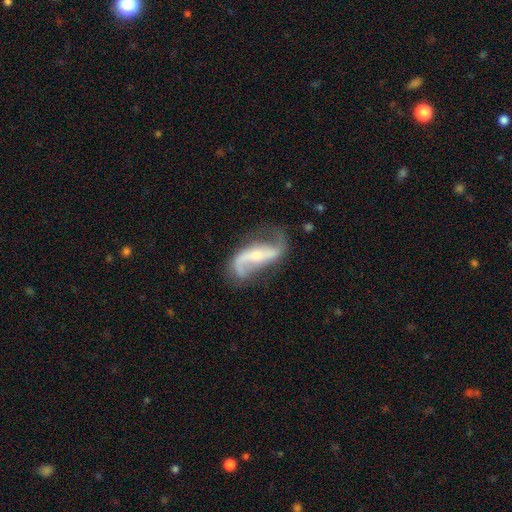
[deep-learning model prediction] featured or disk 87%, smooth 8%, star or artifact 5%. Down the decision tree: edge-on disk — no (94%); bar — strong (36%); spiral arms — yes (95%); spiral arm count — 2 (90%); spiral winding — loose (74%); bulge size — small (55%); merging — none (65%).